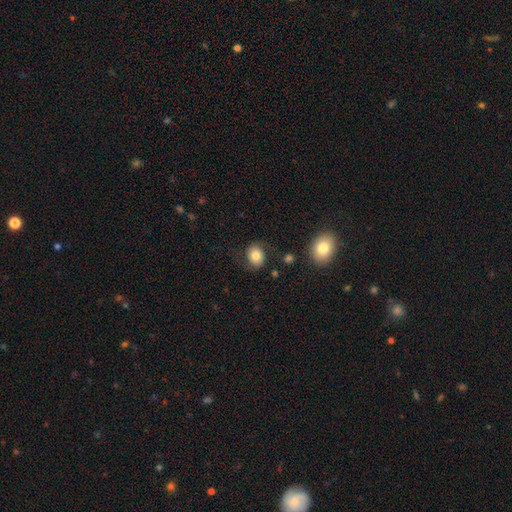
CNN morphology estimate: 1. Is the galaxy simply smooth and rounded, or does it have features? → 77% smooth, 14% featured or disk, 9% star or artifact.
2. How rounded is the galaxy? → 50% in between, 49% round, 1% cigar-shaped.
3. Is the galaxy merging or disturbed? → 75% none, 16% minor disturbance, 7% major disturbance, 3% merger.